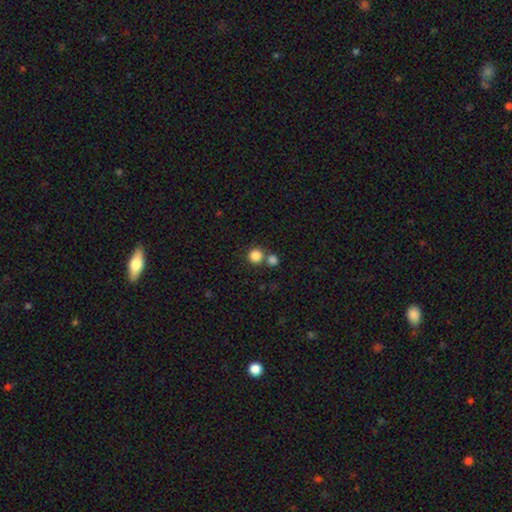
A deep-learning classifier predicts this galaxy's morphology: smooth-or-featured: smooth: 84% | star or artifact: 11% | featured or disk: 5%
  how-rounded: round: 92% | in between: 7% | cigar-shaped: 1%
  merging: none: 63% | merger: 28% | minor disturbance: 6% | major disturbance: 3%